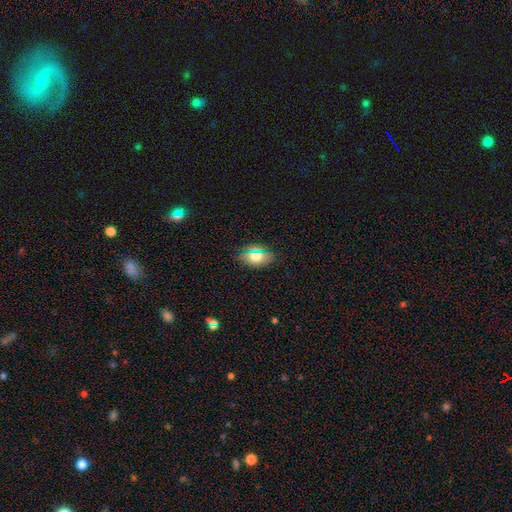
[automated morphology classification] smooth 68%, star or artifact 18%, featured or disk 14%. Down the decision tree: how rounded — in between (80%); merging — none (84%).